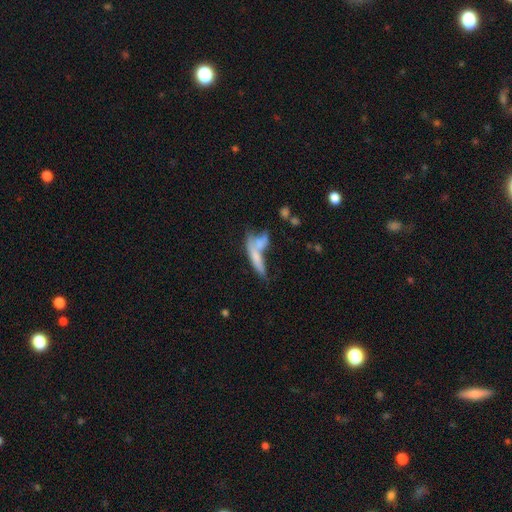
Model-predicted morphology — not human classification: smooth 57%, featured or disk 34%, star or artifact 10%. Down the decision tree: how rounded — cigar-shaped (68%); merging — merger (49%).